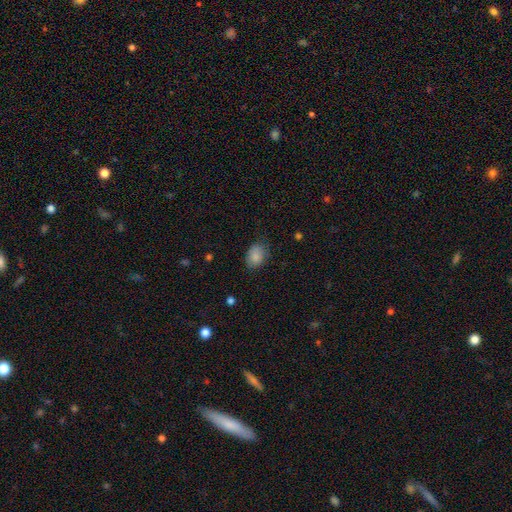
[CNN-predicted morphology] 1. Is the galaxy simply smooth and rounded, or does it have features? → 86% smooth, 8% star or artifact, 6% featured or disk.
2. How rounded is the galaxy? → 72% in between, 27% round, 1% cigar-shaped.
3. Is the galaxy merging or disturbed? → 72% none, 22% minor disturbance, 5% major disturbance, 1% merger.